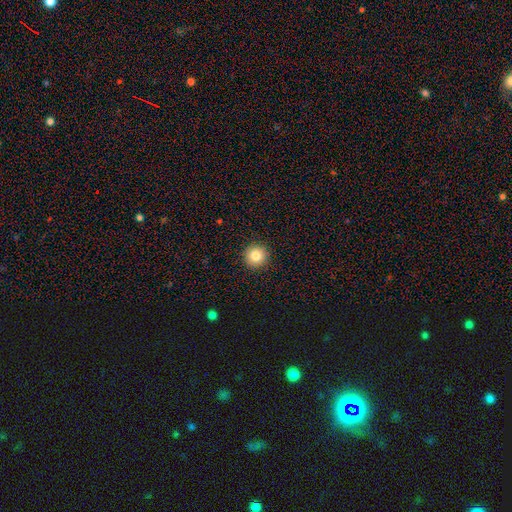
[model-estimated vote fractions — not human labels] Smooth or featured? Predicted: smooth (p=0.83). How rounded? Predicted: round (p=0.95). Merging? Predicted: none (p=0.93).